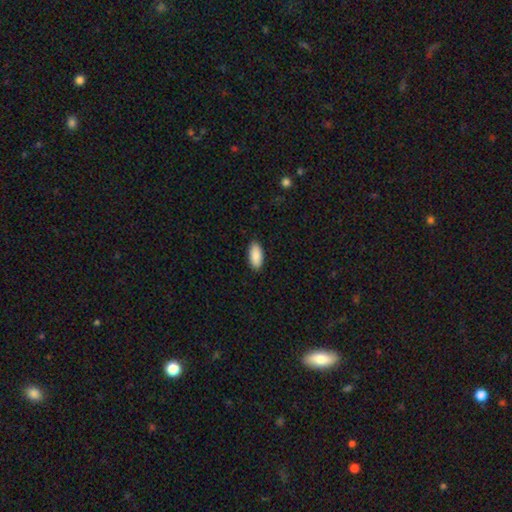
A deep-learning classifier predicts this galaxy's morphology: smooth-or-featured: smooth: 91% | star or artifact: 6% | featured or disk: 3%
  how-rounded: in between: 92% | cigar-shaped: 7% | round: 2%
  merging: none: 90% | minor disturbance: 8% | major disturbance: 2% | merger: 1%